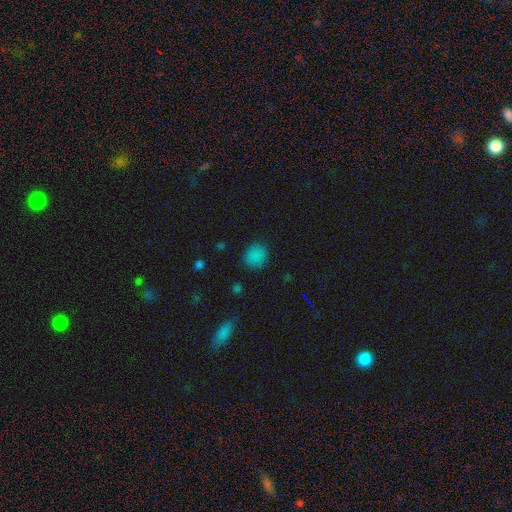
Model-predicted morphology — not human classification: smooth 81%, star or artifact 15%, featured or disk 4%. Down the decision tree: how rounded — round (86%); merging — none (86%).